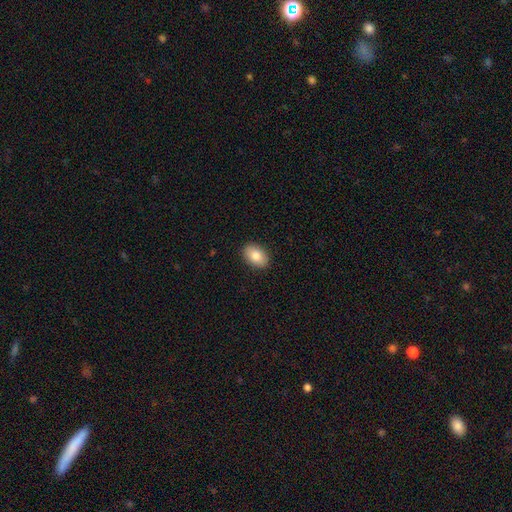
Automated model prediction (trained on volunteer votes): Smooth or featured? smooth (85%)
How rounded? in between (86%)
Merging? none (90%)